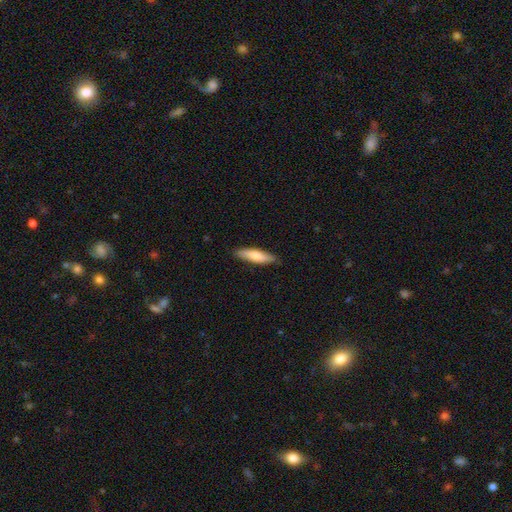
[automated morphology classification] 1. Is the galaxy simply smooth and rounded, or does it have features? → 75% smooth, 20% featured or disk, 5% star or artifact.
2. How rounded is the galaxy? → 68% cigar-shaped, 30% in between, 2% round.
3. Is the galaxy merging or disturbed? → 87% none, 11% minor disturbance, 2% major disturbance, 1% merger.